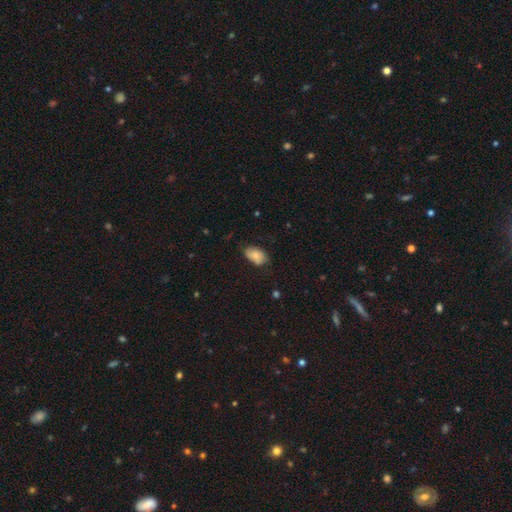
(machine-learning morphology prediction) Smooth or featured? smooth (76%)
How rounded? in between (91%)
Merging? none (66%)